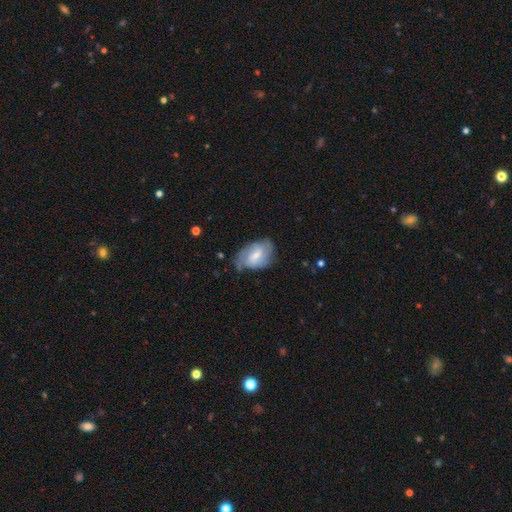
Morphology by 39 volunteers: Smooth or featured? 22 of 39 (56%) said featured or disk. Edge-on disk? 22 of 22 (100%) said no. Bar? 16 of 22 (73%) said weak. Spiral arms? 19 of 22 (86%) said yes. Spiral winding? 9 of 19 (47%) said tight. Spiral arm count? 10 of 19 (53%) said 2. Bulge size? 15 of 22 (68%) said small. Merging? 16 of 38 (42%, tied with minor disturbance) said none.